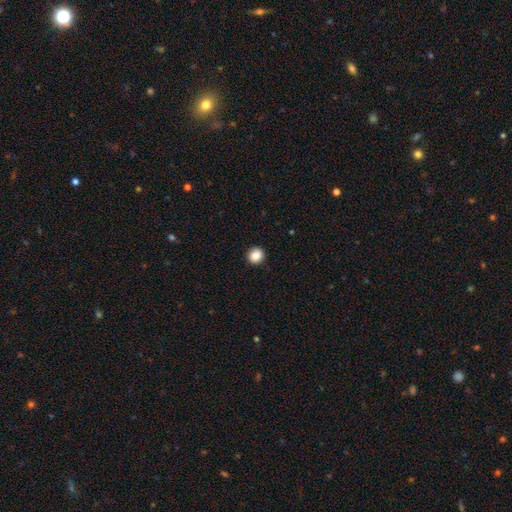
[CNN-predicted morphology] A smooth galaxy with no disk features (87%) that is round (86%).

Vote fractions:
- Smooth or featured? smooth: 87% / star or artifact: 9% / featured or disk: 4%
- How rounded? round: 86% / in between: 13% / cigar-shaped: 1%
- Merging? none: 91% / minor disturbance: 6% / major disturbance: 2% / merger: 1%